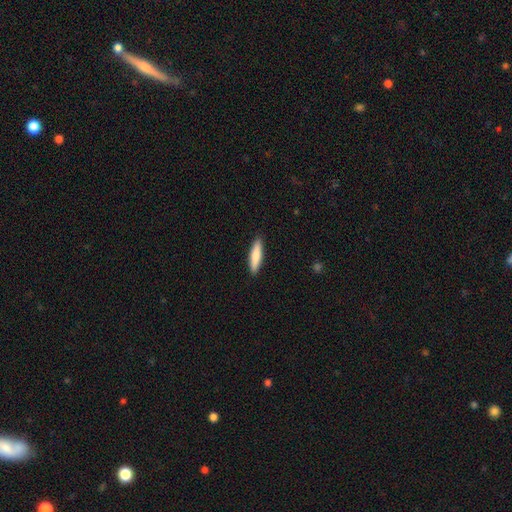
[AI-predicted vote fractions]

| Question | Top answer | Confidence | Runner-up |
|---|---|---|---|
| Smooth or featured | smooth | 78% | featured or disk (16%) |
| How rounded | cigar-shaped | 77% | in between (21%) |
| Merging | none | 91% | minor disturbance (7%) |